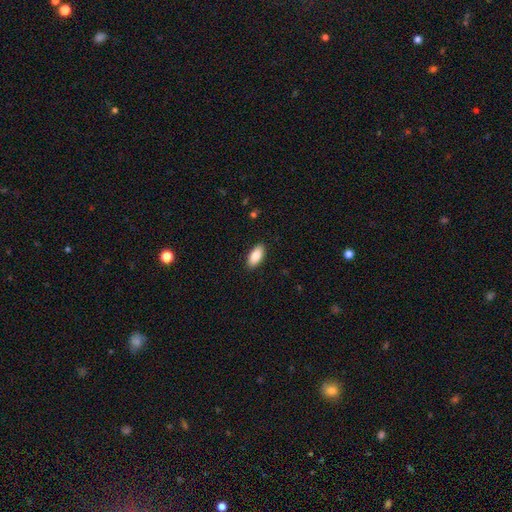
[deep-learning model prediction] smooth_or_featured: smooth (p=0.87) [alt: featured or disk p=0.07]
how_rounded: in between (p=0.91) [alt: cigar-shaped p=0.07]
merging: none (p=0.90) [alt: minor disturbance p=0.07]